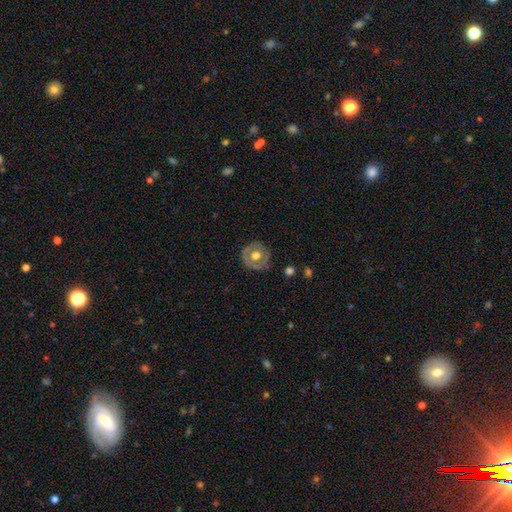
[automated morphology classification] Q: Smooth or featured?
A: featured or disk (50%); runner-up: smooth (44%)
Q: Edge-on disk?
A: no (95%); runner-up: yes (5%)
Q: Merging?
A: none (79%); runner-up: minor disturbance (15%)